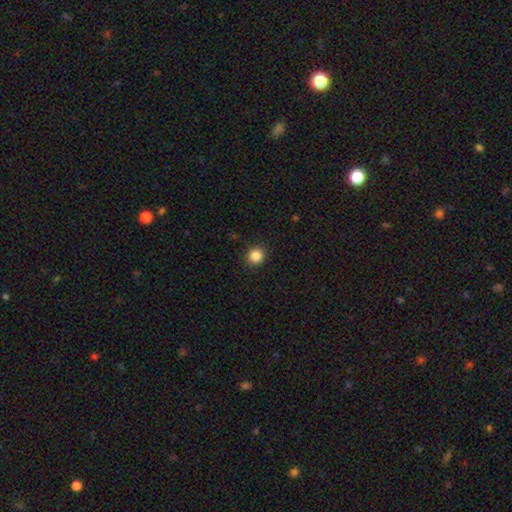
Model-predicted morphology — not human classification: Overall: smooth (86%). How rounded: round (91%). Merging: none (91%).